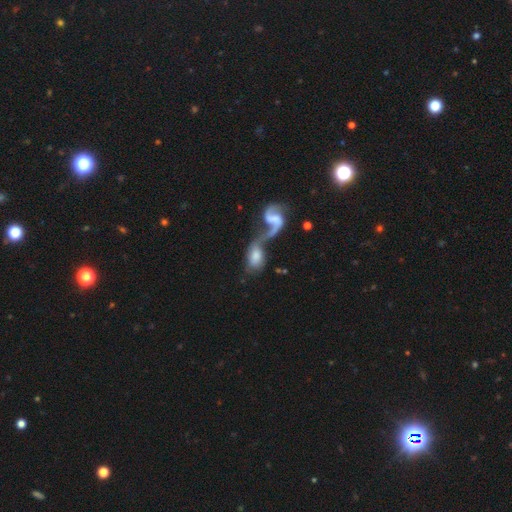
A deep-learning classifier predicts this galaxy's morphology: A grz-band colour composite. It shows a featured or disk galaxy (46%, tied with smooth). Merging: merger (72%).